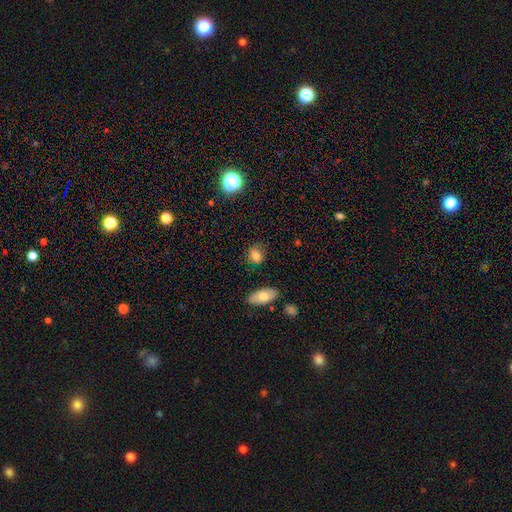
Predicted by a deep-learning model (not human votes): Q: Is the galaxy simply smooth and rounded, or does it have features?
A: smooth — 80%.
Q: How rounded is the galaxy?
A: in between — 58%.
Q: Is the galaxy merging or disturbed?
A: none — 81%.